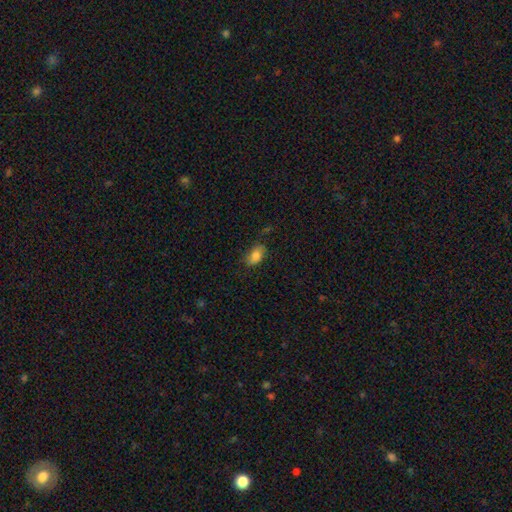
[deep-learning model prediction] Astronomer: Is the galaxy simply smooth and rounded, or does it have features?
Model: smooth — 78%.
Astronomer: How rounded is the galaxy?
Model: in between — 86%.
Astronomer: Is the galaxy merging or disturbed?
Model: none — 66%.